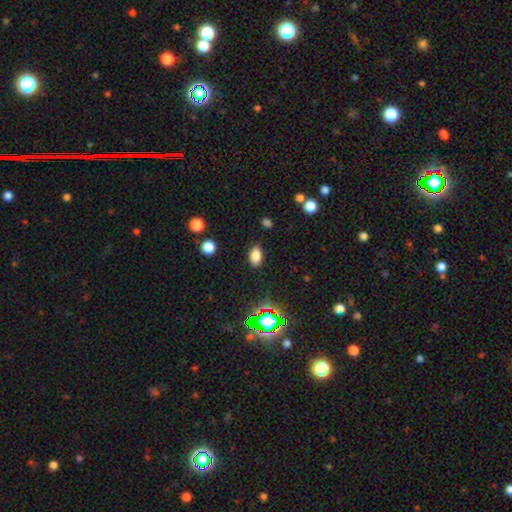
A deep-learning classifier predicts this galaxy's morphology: smooth 81%, star or artifact 14%, featured or disk 6%. Down the decision tree: how rounded — in between (90%); merging — none (85%).